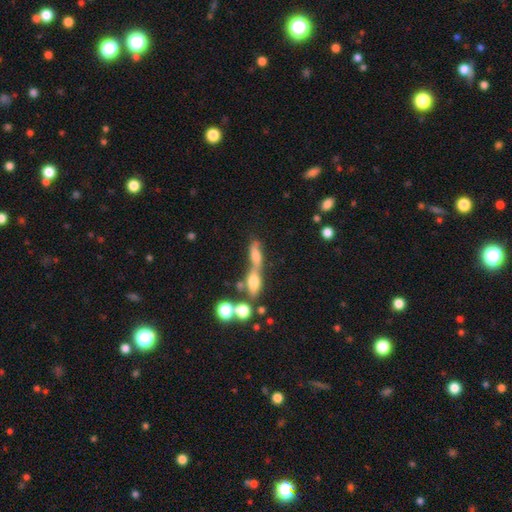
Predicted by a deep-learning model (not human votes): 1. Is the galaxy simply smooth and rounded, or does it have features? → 59% smooth, 26% featured or disk, 15% star or artifact.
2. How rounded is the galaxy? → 54% in between, 33% cigar-shaped, 13% round.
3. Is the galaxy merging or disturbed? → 64% merger, 20% none, 8% major disturbance, 8% minor disturbance.